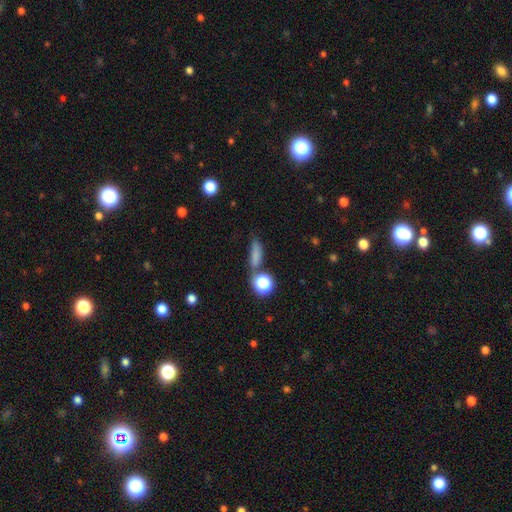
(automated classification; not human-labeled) Smooth or featured? smooth (73%)
How rounded? cigar-shaped (47%)
Merging? none (61%)